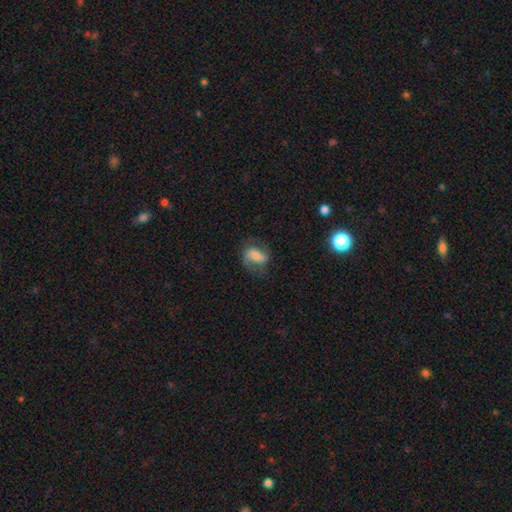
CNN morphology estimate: type=featured or disk (55%); edge-on=no (95%); bar=weak (36%); spiral arms=yes (85%); bulge=moderate (40%); merging=none (64%).